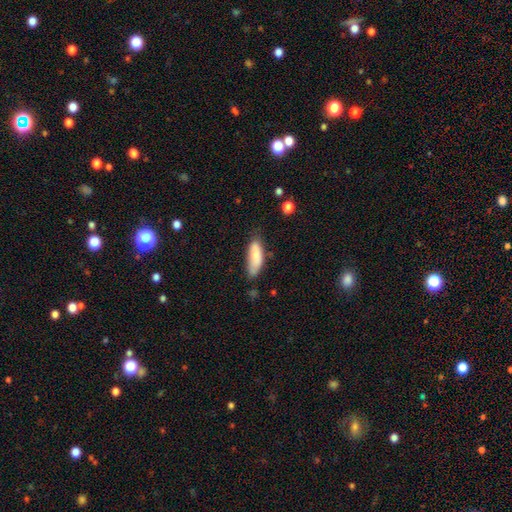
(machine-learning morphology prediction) type=smooth (80%); roundness=in between (66%); merging=none (60%).